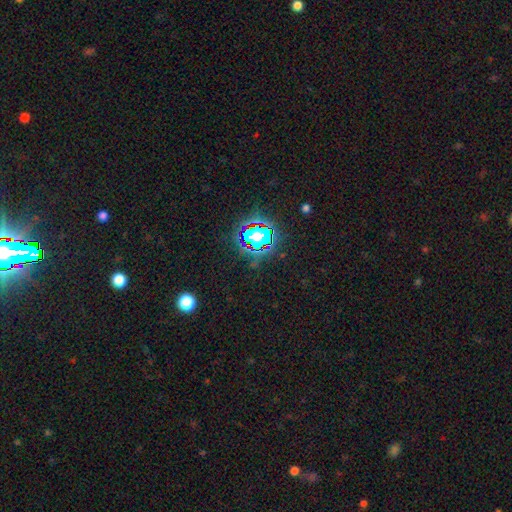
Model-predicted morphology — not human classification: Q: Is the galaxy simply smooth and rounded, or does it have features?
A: star or artifact — 79%.